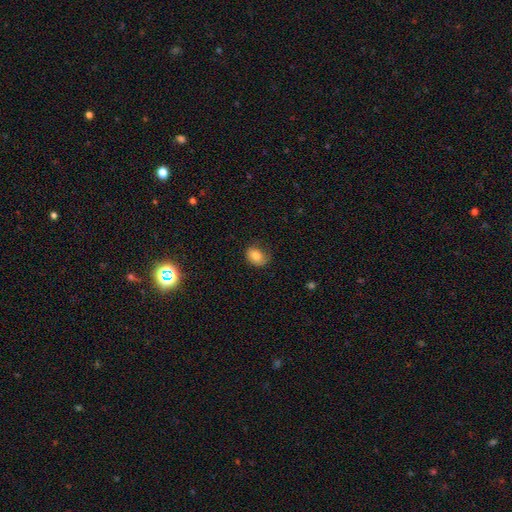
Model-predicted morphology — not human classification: The model was most divided on "how rounded": in between: 64%, round: 35%, cigar-shaped: 1%. More confident: smooth or featured — smooth (80%); merging — none (68%).